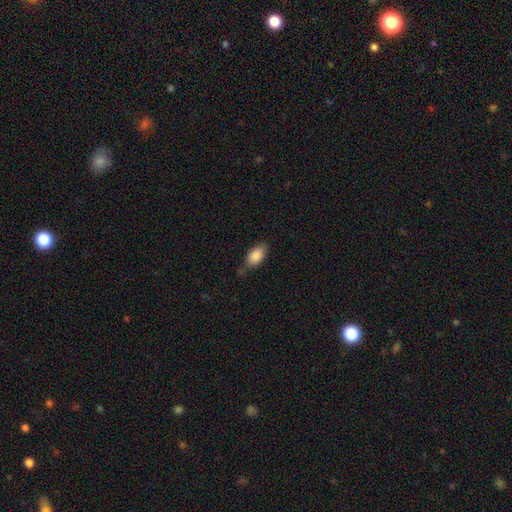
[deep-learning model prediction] Q: Smooth or featured?
A: smooth (87%); runner-up: star or artifact (7%)
Q: How rounded?
A: in between (92%); runner-up: cigar-shaped (4%)
Q: Merging?
A: none (71%); runner-up: minor disturbance (21%)